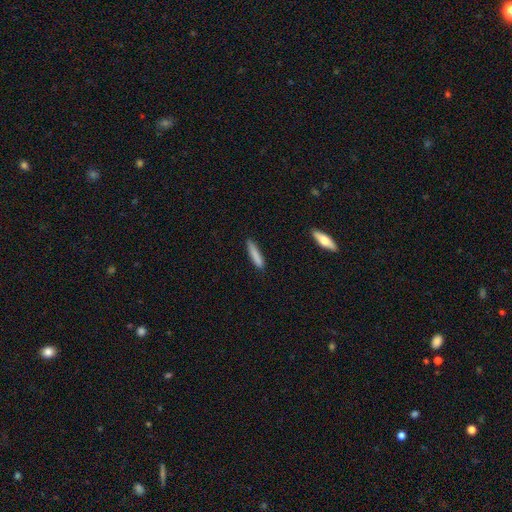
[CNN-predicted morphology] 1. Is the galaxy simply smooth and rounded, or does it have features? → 84% smooth, 10% featured or disk, 6% star or artifact.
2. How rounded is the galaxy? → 87% cigar-shaped, 12% in between, 1% round.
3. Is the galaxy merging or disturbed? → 84% none, 12% minor disturbance, 2% major disturbance, 2% merger.